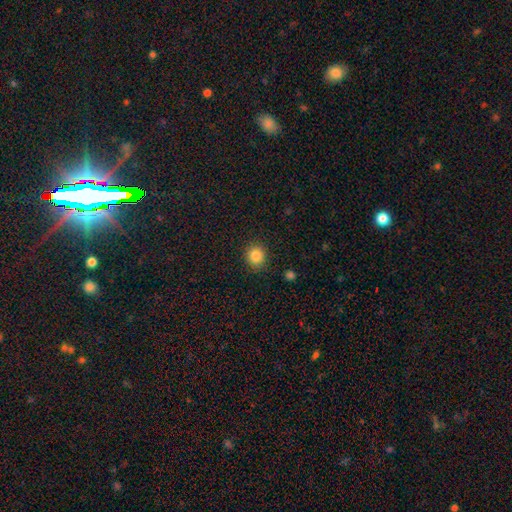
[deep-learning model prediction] Smooth or featured?
  - smooth: 85% *
  - star or artifact: 11%
  - featured or disk: 4%
How rounded?
  - round: 86% *
  - in between: 13%
  - cigar-shaped: 1%
Merging?
  - none: 90% *
  - minor disturbance: 7%
  - major disturbance: 2%
  - merger: 1%